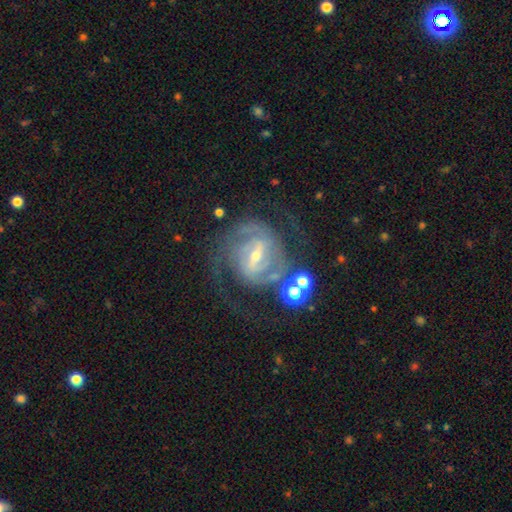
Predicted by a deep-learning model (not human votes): Smooth or featured?
  - featured or disk: 90% *
  - star or artifact: 6%
  - smooth: 4%
Edge-on disk?
  - no: 97% *
  - yes: 3%
Bar?
  - strong: 50% *
  - weak: 40%
  - no: 10%
Spiral arms?
  - yes: 97% *
  - no: 3%
Spiral winding?
  - tight: 46% *
  - medium: 45%
  - loose: 10%
Spiral arm count?
  - 2: 63% *
  - 3: 15%
  - can't tell: 10%
  - 4: 5%
  - 1: 3%
  - more than 4: 3%
Bulge size?
  - small: 63% *
  - moderate: 32%
  - none: 2%
  - large: 2%
  - dominant: 1%
Merging?
  - none: 66% *
  - minor disturbance: 16%
  - major disturbance: 14%
  - merger: 5%